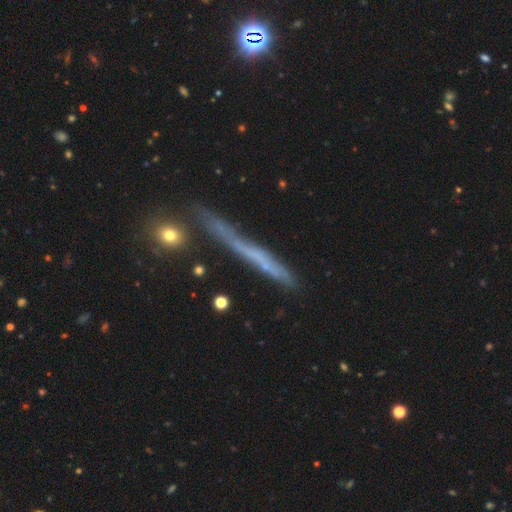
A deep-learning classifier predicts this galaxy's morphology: Smooth or featured? featured or disk (51%)
Edge-on disk? yes (88%)
Merging? none (66%)